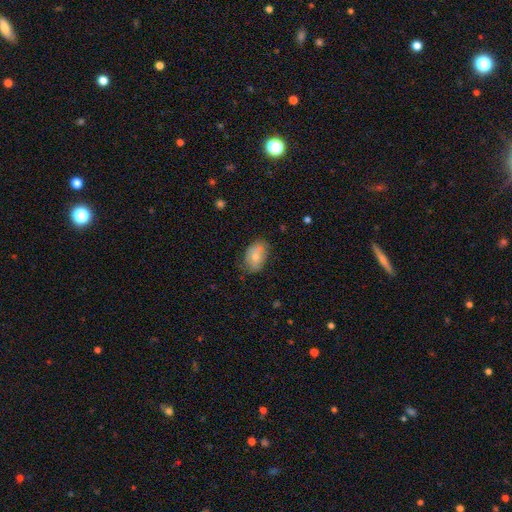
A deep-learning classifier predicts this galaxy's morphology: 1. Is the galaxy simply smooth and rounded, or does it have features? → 72% smooth, 22% featured or disk, 7% star or artifact.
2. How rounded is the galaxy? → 89% in between, 9% round, 1% cigar-shaped.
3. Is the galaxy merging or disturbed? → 68% none, 25% minor disturbance, 5% major disturbance, 1% merger.